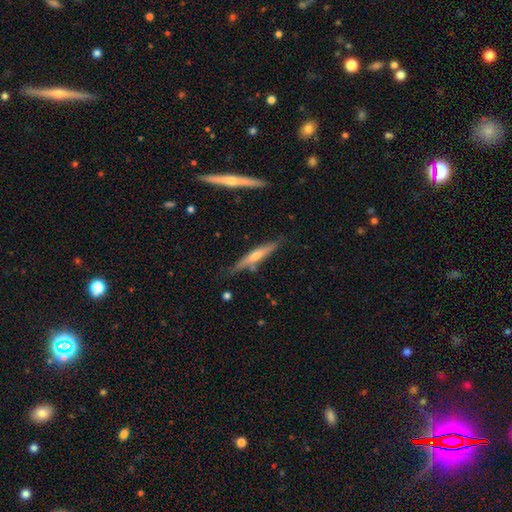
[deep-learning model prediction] Smooth or featured?
  - featured or disk: 63% *
  - smooth: 30%
  - star or artifact: 7%
Edge-on disk?
  - yes: 94% *
  - no: 6%
Edge-on bulge?
  - rounded: 78% *
  - none: 16%
  - boxy: 6%
Merging?
  - none: 75% *
  - minor disturbance: 18%
  - merger: 4%
  - major disturbance: 3%